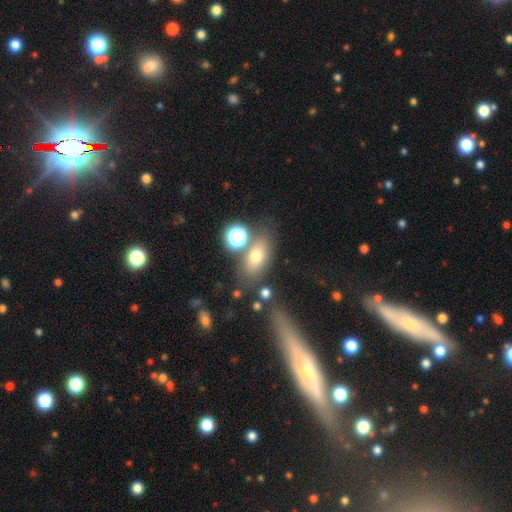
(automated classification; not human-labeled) smooth-or-featured: smooth: 67% | featured or disk: 19% | star or artifact: 14%
  how-rounded: in between: 76% | round: 17% | cigar-shaped: 7%
  merging: none: 60% | merger: 16% | minor disturbance: 15% | major disturbance: 8%